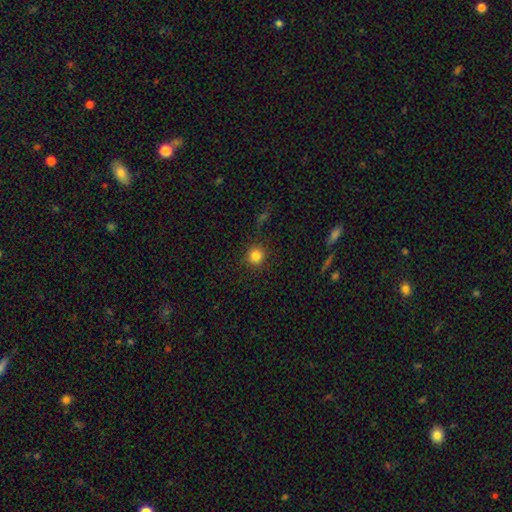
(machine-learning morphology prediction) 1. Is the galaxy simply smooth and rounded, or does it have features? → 83% smooth, 12% star or artifact, 5% featured or disk.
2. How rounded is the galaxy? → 93% round, 6% in between, 1% cigar-shaped.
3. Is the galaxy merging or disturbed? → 90% none, 7% minor disturbance, 3% major disturbance, 1% merger.